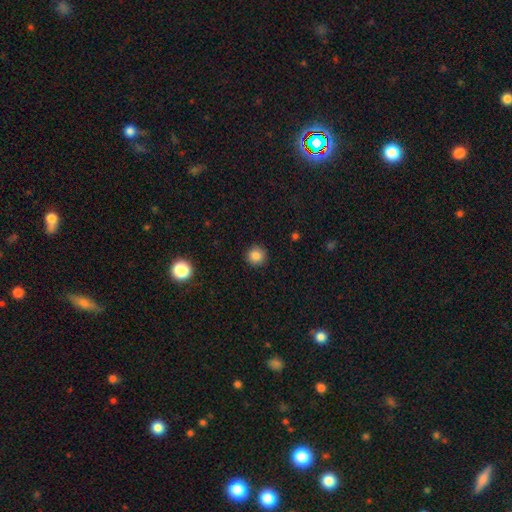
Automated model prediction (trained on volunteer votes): Smooth or featured?
  - smooth: 85% *
  - star or artifact: 11%
  - featured or disk: 4%
How rounded?
  - round: 93% *
  - in between: 6%
  - cigar-shaped: 1%
Merging?
  - none: 91% *
  - minor disturbance: 6%
  - major disturbance: 2%
  - merger: 1%